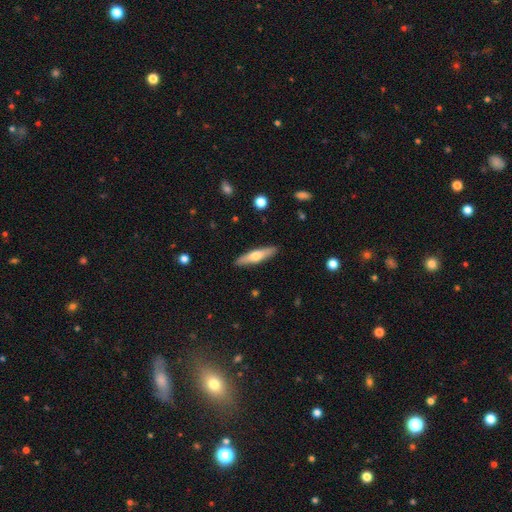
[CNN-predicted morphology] smooth_or_featured: smooth (p=0.54) [alt: featured or disk p=0.40]
how_rounded: cigar-shaped (p=0.78) [alt: in between p=0.20]
merging: none (p=0.89) [alt: minor disturbance p=0.08]